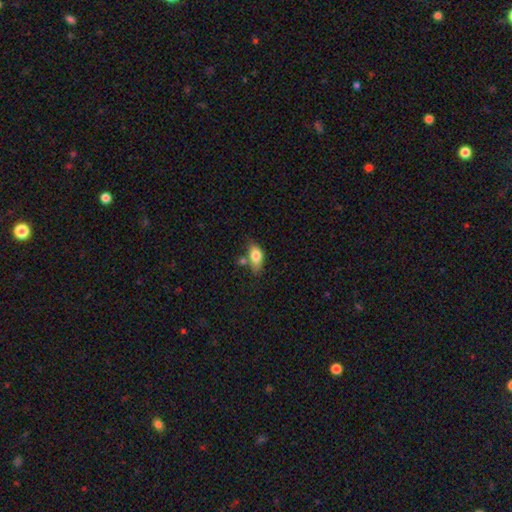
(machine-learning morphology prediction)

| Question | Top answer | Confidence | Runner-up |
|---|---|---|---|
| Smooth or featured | smooth | 77% | featured or disk (16%) |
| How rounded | in between | 85% | cigar-shaped (8%) |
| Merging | none | 47% | minor disturbance (25%) |